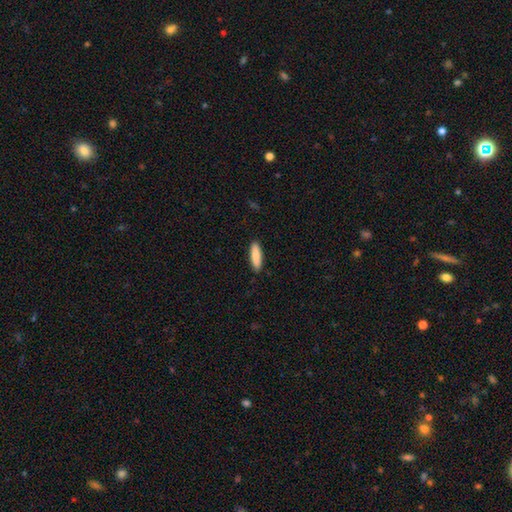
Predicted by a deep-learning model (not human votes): A smooth galaxy with no disk features (87%) that is cigar-shaped (67%). Merging: none (90%).